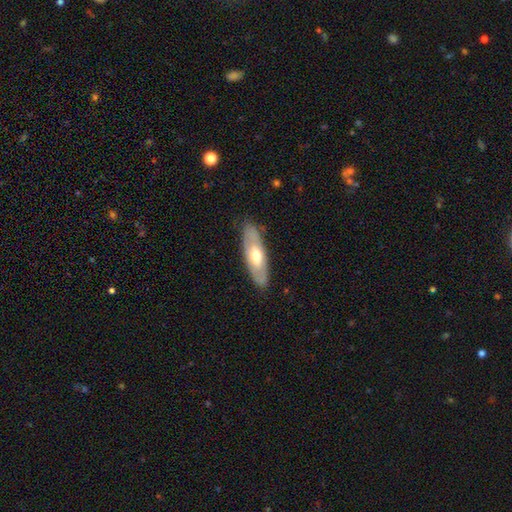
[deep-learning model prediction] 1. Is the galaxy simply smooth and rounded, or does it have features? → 49% featured or disk, 46% smooth, 5% star or artifact.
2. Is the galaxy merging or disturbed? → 84% none, 12% minor disturbance, 3% major disturbance, 1% merger.